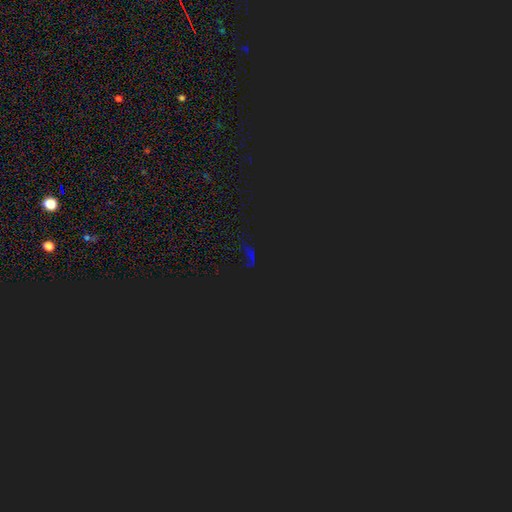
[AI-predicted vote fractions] star or artifact 80%, smooth 13%, featured or disk 8%.